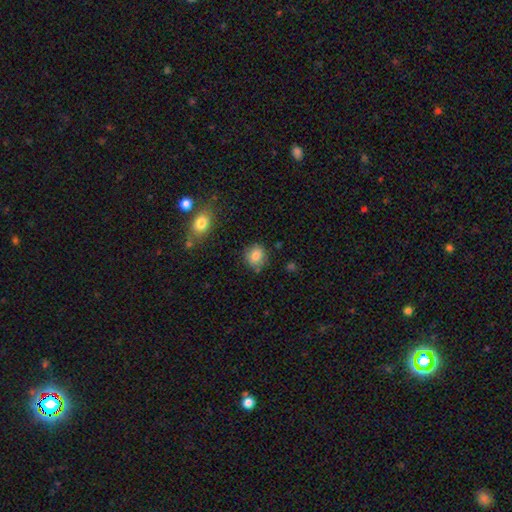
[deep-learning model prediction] A smooth galaxy with no disk features (83%) that is round (84%). Merging: none (82%).